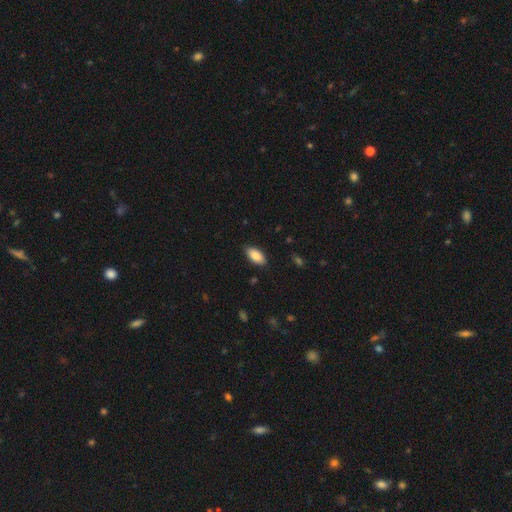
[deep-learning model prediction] This is clearly a smooth galaxy (87%). How rounded: clearly in between (92%). Merging: clearly none (86%).